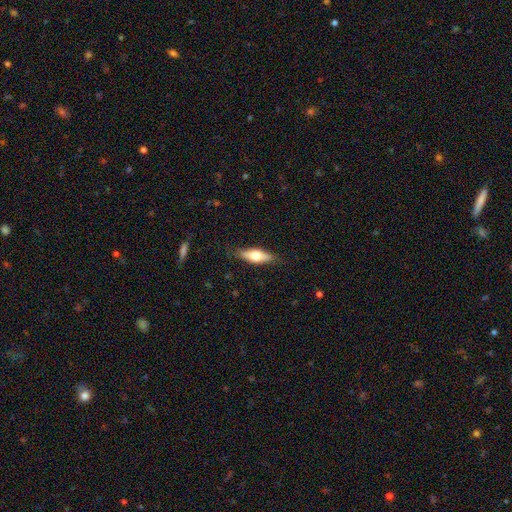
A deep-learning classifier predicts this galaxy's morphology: Overall: smooth (57%; featured or disk 37%). How rounded: in between (59%; cigar-shaped 39%). Merging: none (82%).